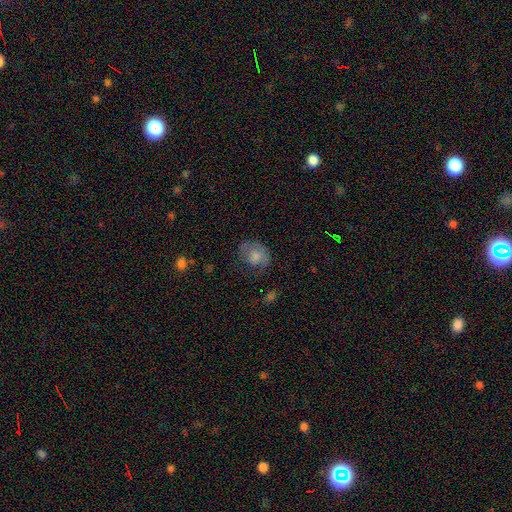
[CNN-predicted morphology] Overall: smooth (58%; featured or disk 33%). How rounded: round (55%; in between 44%). Merging: none (49%; minor disturbance 26%).